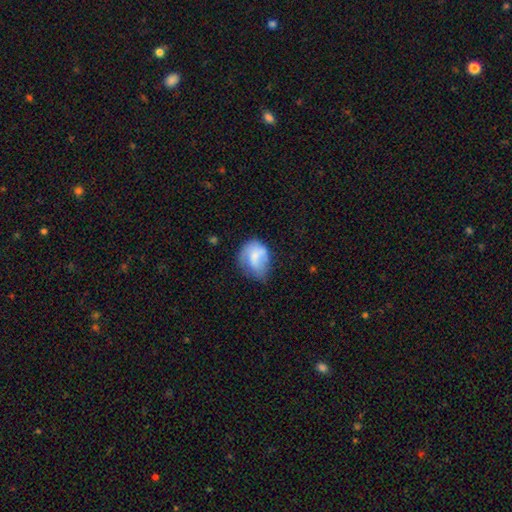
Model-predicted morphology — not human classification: smooth_or_featured: smooth (p=0.66) [alt: featured or disk p=0.26]
how_rounded: in between (p=0.57) [alt: round p=0.42]
merging: minor disturbance (p=0.36) [tied with: none p=0.36]